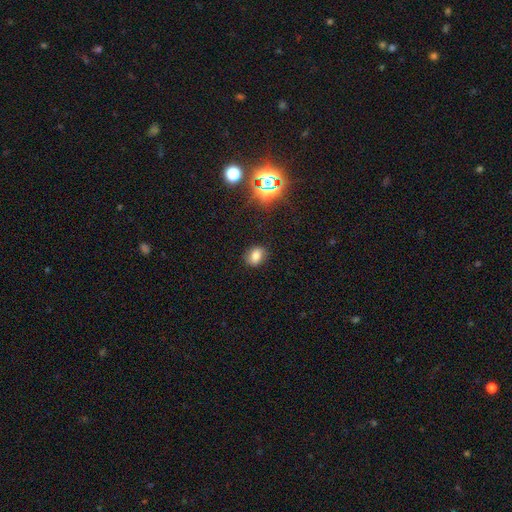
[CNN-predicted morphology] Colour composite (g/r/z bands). It shows a smooth galaxy with no disk features (73%) that is in between round and cigar-shaped (64%). Merging: none (82%).